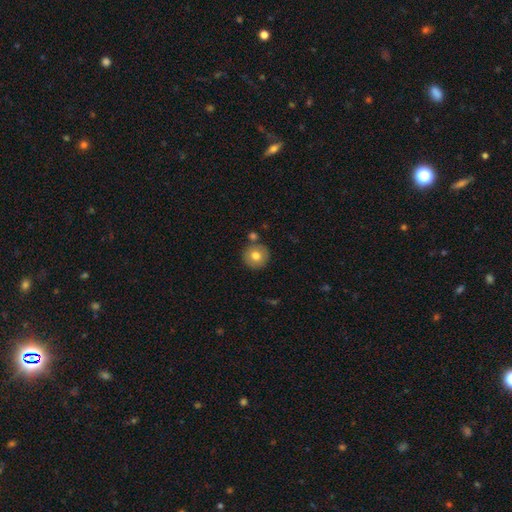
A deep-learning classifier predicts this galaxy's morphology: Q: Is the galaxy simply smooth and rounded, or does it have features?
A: smooth — 74%.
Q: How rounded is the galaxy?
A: round — 95%.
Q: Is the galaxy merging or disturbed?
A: none — 80%.